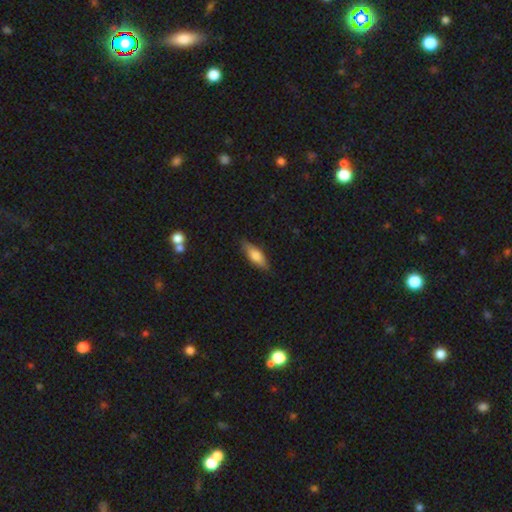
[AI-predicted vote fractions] Smooth or featured? Predicted: smooth (p=0.60). How rounded? Predicted: in between (p=0.57). Merging? Predicted: none (p=0.85).